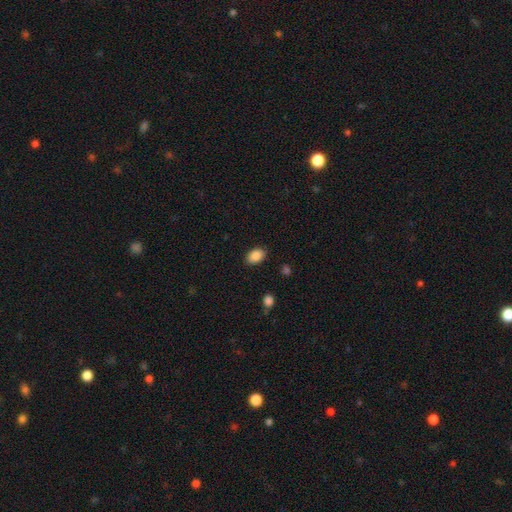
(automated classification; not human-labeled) The model was most divided on "how rounded": in between: 84%, round: 14%, cigar-shaped: 1%. More confident: smooth or featured — smooth (88%); merging — none (86%).